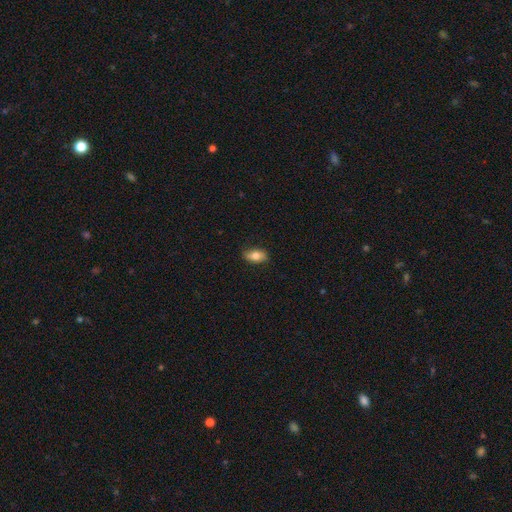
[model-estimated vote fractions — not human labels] smooth-or-featured: smooth: 79% | featured or disk: 14% | star or artifact: 7%
  how-rounded: in between: 88% | round: 6% | cigar-shaped: 6%
  merging: none: 83% | minor disturbance: 14% | major disturbance: 2% | merger: 1%